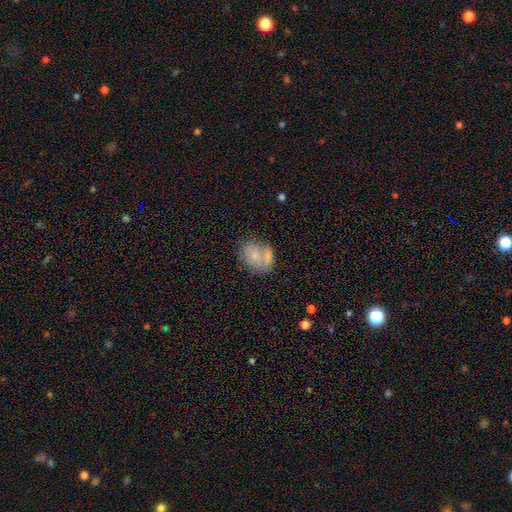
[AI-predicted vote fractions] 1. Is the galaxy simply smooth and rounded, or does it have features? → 67% smooth, 24% featured or disk, 9% star or artifact.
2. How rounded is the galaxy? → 63% in between, 36% round, 2% cigar-shaped.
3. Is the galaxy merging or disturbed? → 42% none, 36% merger, 16% minor disturbance, 6% major disturbance.